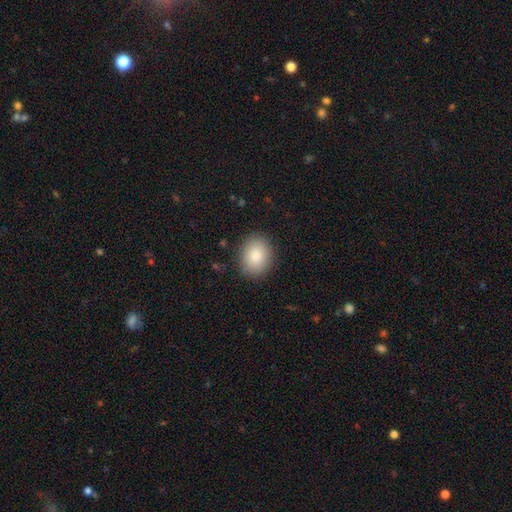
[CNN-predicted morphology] smooth_or_featured: smooth (p=0.85) [alt: star or artifact p=0.08]
how_rounded: round (p=0.51) [alt: in between p=0.48]
merging: none (p=0.87) [alt: minor disturbance p=0.10]